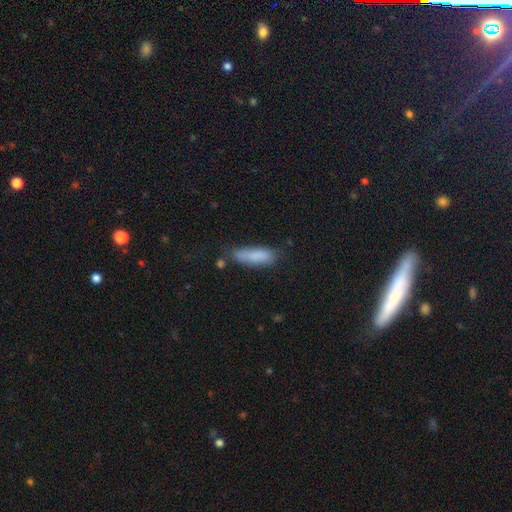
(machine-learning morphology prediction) This is clearly a smooth galaxy (83%). How rounded: possibly cigar-shaped (56%). Merging: likely none (64%).